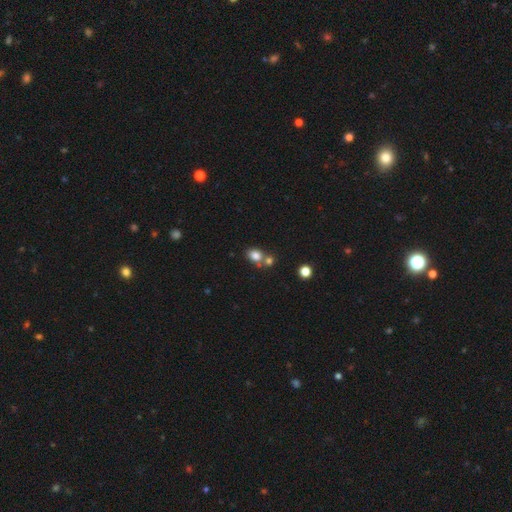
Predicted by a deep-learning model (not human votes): Q: Smooth or featured?
A: smooth (81%); runner-up: star or artifact (11%)
Q: How rounded?
A: in between (51%); runner-up: round (47%)
Q: Merging?
A: none (49%); runner-up: merger (37%)